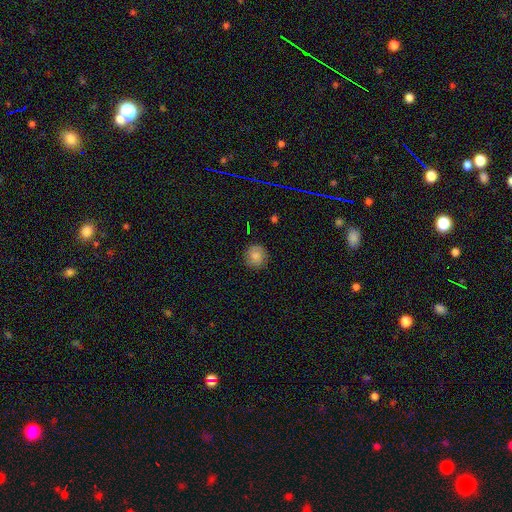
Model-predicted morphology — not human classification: type=smooth (77%); roundness=round (89%); merging=none (86%).